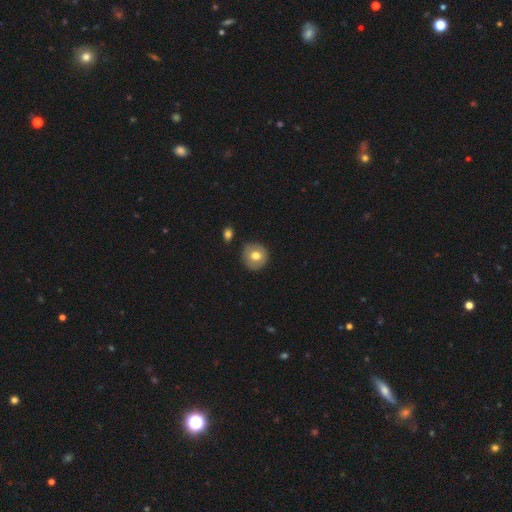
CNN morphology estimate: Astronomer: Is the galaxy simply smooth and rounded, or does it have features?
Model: smooth — 73%.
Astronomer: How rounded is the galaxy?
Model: round — 92%.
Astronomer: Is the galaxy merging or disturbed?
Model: none — 87%.